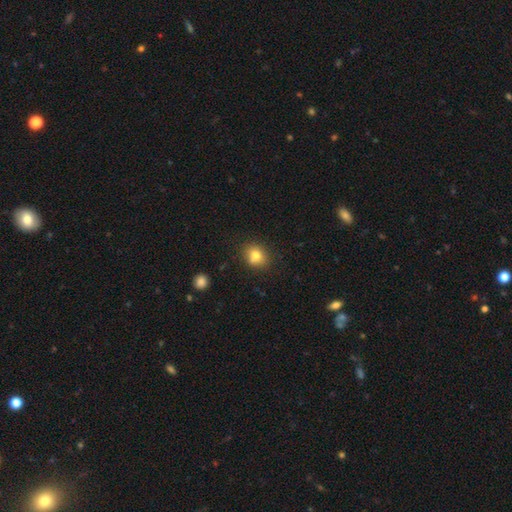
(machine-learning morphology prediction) Overall: smooth (76%). How rounded: round (68%; in between 31%). Merging: none (71%).